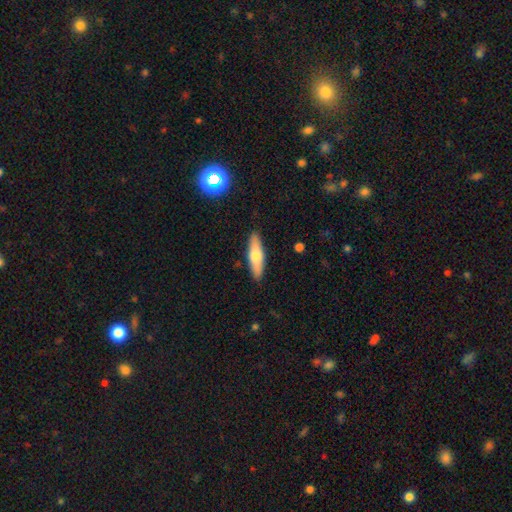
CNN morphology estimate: smooth-or-featured: smooth: 64% | featured or disk: 30% | star or artifact: 6%
  how-rounded: cigar-shaped: 59% | in between: 39% | round: 2%
  merging: none: 89% | minor disturbance: 8% | major disturbance: 2% | merger: 1%